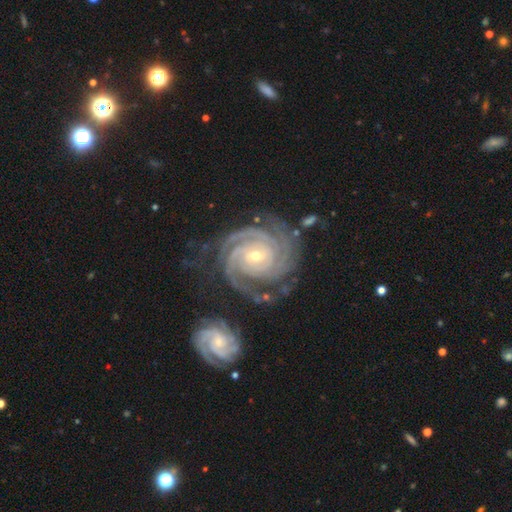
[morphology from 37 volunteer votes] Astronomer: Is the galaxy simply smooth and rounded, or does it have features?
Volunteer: featured or disk — 89%.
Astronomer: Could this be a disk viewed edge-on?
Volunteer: no — 97%.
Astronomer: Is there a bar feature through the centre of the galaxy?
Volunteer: weak — 50% (runner-up: no, 38%).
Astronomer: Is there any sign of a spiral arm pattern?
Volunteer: yes — 97%.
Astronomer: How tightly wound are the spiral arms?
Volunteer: tight — 77%.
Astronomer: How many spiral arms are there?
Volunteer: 3 — 42%, tied with 4 at 42%.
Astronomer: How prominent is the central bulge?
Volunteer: small — 59%.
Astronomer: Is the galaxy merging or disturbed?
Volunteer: none — 54%.